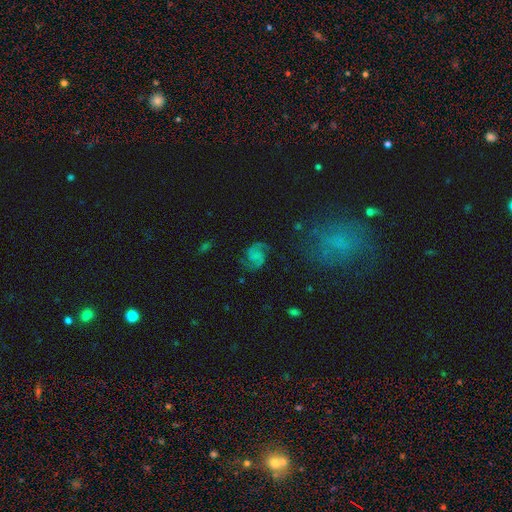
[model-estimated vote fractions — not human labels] A featured or disk galaxy (85%) with no bar (61%), 2 (93%) medium (54%) spiral arms (97%) and no central bulge (66%).

Vote fractions:
- Smooth or featured? featured or disk: 85% / smooth: 8% / star or artifact: 7%
- Edge-on disk? no: 98% / yes: 2%
- Bar? no: 61% / weak: 30% / strong: 8%
- Spiral arms? yes: 97% / no: 3%
- Spiral winding? medium: 54% / loose: 28% / tight: 18%
- Spiral arm count? 2: 93% / can't tell: 2% / 3: 2% / 1: 2% / 4: 1% / more than 4: 1%
- Bulge size? none: 66% / small: 18% / moderate: 9% / large: 5% / dominant: 2%
- Merging? none: 73% / minor disturbance: 15% / major disturbance: 9% / merger: 2%